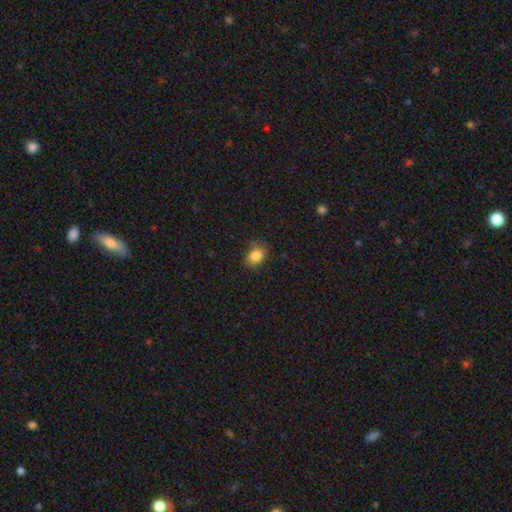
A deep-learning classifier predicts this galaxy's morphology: type=smooth (85%); roundness=in between (55%); merging=none (80%).